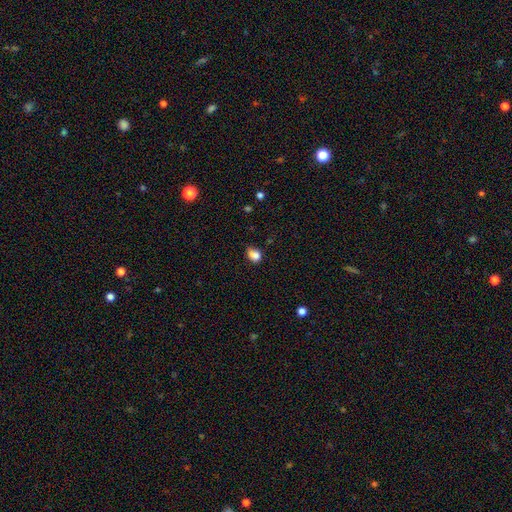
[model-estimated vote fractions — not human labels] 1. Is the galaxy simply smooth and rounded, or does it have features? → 83% smooth, 11% star or artifact, 6% featured or disk.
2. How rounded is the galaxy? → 62% in between, 37% round, 1% cigar-shaped.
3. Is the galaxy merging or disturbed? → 49% none, 38% minor disturbance, 10% major disturbance, 4% merger.